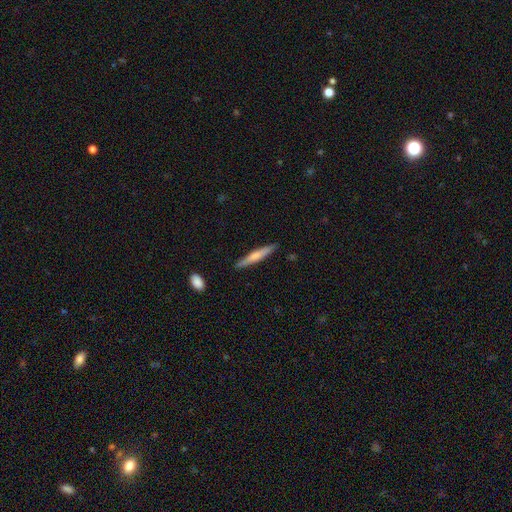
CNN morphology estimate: This is possibly a smooth galaxy (56%). How rounded: clearly cigar-shaped (93%). Merging: clearly none (89%).